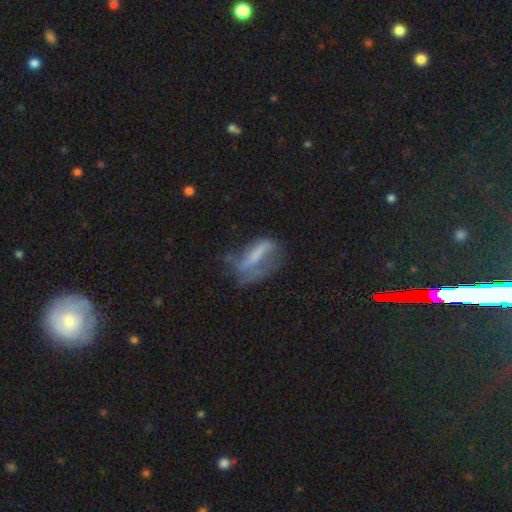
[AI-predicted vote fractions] featured or disk 53%, smooth 37%, star or artifact 11%. Down the decision tree: edge-on disk — no (83%); merging — major disturbance (35%).